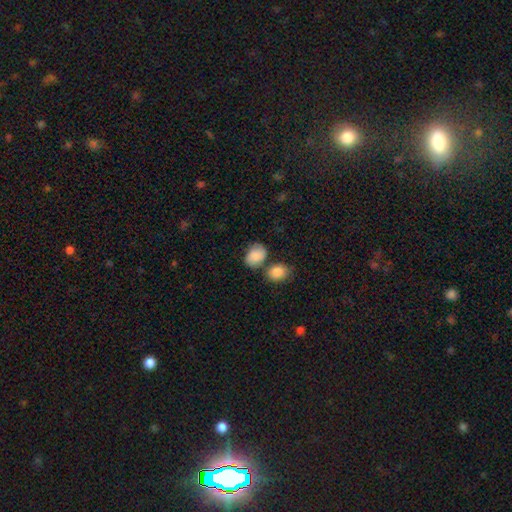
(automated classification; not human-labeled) This is clearly a smooth galaxy (82%). How rounded: likely in between (68%). Merging: possibly none (55%).